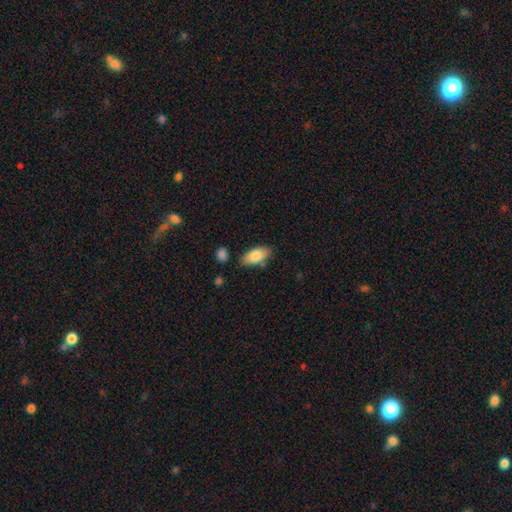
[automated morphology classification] This is clearly a smooth galaxy (82%). How rounded: clearly in between (91%). Merging: likely none (78%).